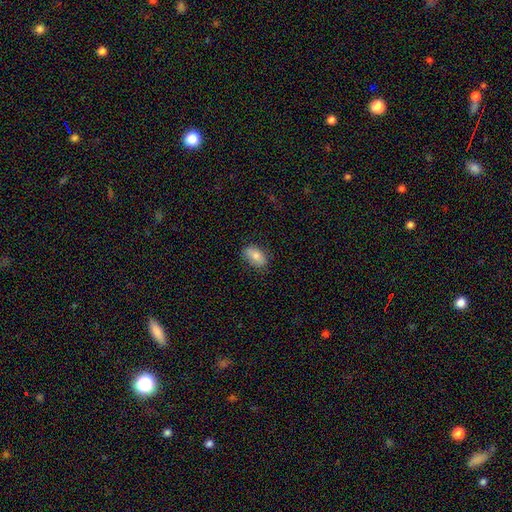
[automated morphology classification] Smooth or featured?
  - smooth: 80% *
  - featured or disk: 13%
  - star or artifact: 8%
How rounded?
  - in between: 90% *
  - round: 7%
  - cigar-shaped: 3%
Merging?
  - none: 80% *
  - minor disturbance: 16%
  - major disturbance: 3%
  - merger: 1%